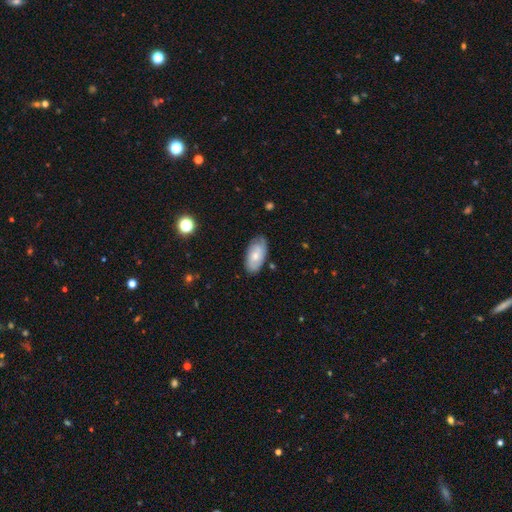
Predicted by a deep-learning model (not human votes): smooth 50%, featured or disk 43%, star or artifact 7%. Down the decision tree: how rounded — in between (92%); merging — none (77%).